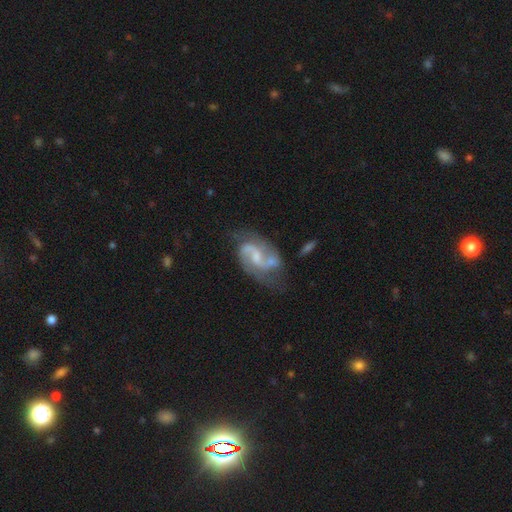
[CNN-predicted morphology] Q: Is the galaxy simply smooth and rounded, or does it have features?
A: featured or disk — 86%.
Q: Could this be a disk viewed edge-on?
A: no — 97%.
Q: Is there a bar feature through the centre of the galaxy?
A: weak — 54%.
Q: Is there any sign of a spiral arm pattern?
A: yes — 95%.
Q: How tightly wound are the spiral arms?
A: medium — 52%.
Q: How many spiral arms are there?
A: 2 — 90%.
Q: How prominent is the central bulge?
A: small — 45%.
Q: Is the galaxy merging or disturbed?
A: none — 51%.